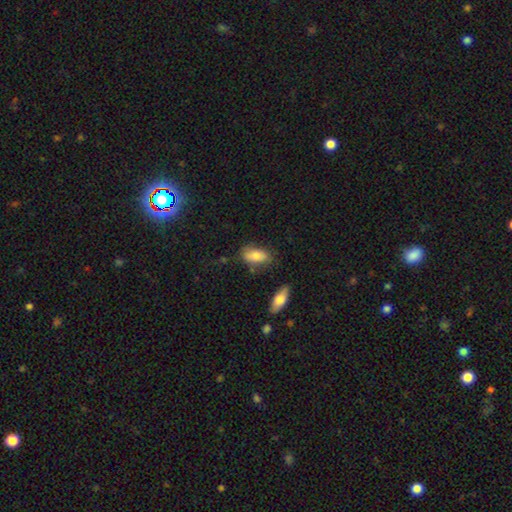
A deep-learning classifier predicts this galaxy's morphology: Smooth or featured? smooth (81%)
How rounded? in between (89%)
Merging? none (66%)